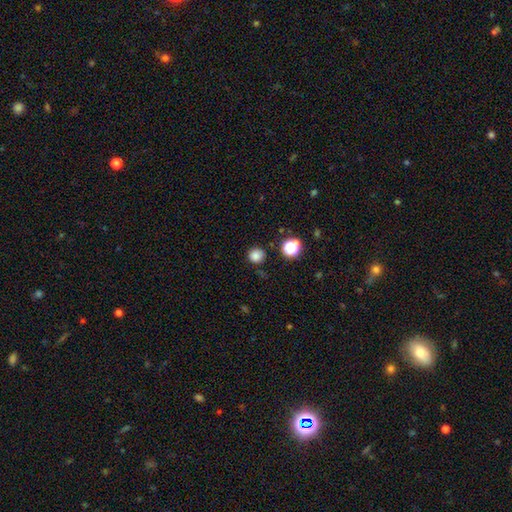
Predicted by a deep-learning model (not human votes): smooth 81%, star or artifact 14%, featured or disk 4%. Down the decision tree: how rounded — round (93%); merging — none (87%).